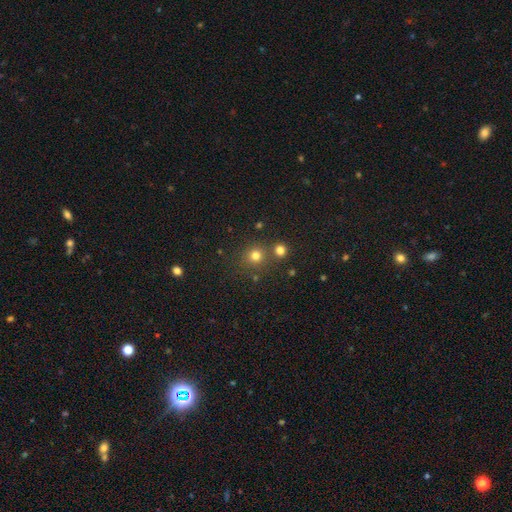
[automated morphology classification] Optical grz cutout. It shows a smooth galaxy with no disk features (76%) that is round (91%). Merging: none (75%).